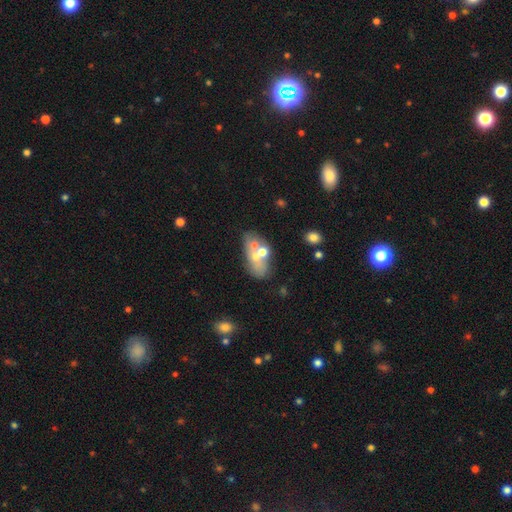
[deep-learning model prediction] smooth_or_featured: smooth (p=0.46) [alt: featured or disk p=0.43]
merging: merger (p=0.44) [alt: none p=0.35]